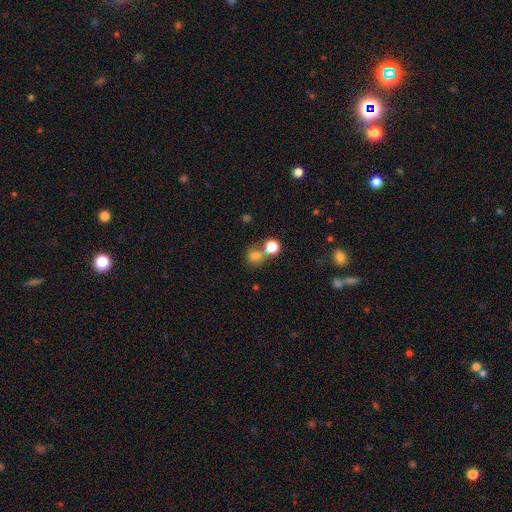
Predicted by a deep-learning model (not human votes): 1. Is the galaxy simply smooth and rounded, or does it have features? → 76% smooth, 16% star or artifact, 8% featured or disk.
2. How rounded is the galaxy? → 81% round, 18% in between, 1% cigar-shaped.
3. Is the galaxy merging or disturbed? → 55% none, 30% merger, 10% minor disturbance, 5% major disturbance.